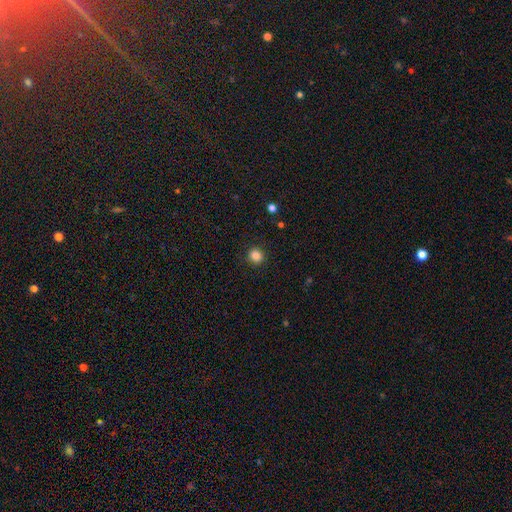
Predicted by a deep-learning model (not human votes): The model was most divided on "smooth or featured": smooth: 85%, star or artifact: 11%, featured or disk: 4%. More confident: merging — none (91%); how rounded — round (89%).